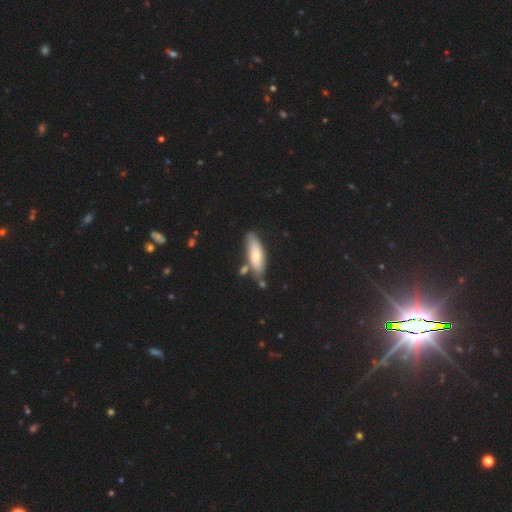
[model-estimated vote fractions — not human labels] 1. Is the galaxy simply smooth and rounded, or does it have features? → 62% smooth, 32% featured or disk, 6% star or artifact.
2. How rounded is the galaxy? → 58% in between, 40% cigar-shaped, 2% round.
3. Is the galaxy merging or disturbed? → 65% none, 17% minor disturbance, 13% merger, 4% major disturbance.